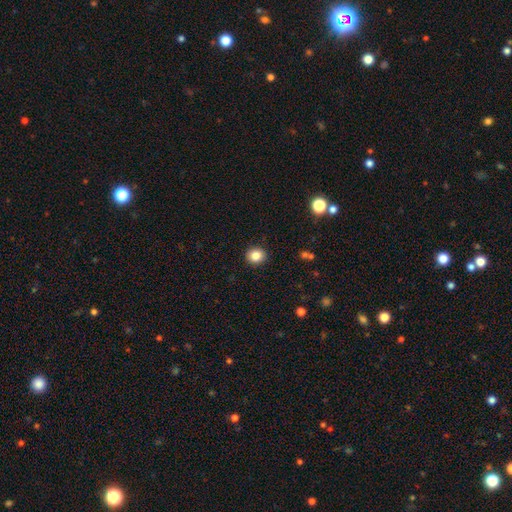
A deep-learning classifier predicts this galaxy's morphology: Smooth or featured? Predicted: smooth (p=0.84). How rounded? Predicted: round (p=0.84). Merging? Predicted: none (p=0.92).